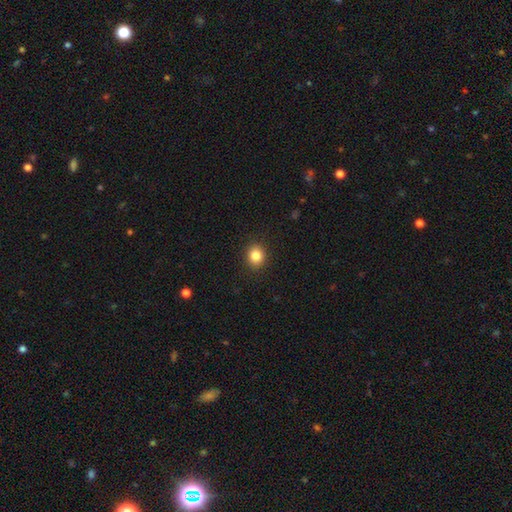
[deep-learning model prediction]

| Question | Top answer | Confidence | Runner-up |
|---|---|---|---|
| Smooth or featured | smooth | 84% | star or artifact (10%) |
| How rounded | round | 71% | in between (28%) |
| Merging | none | 91% | minor disturbance (6%) |